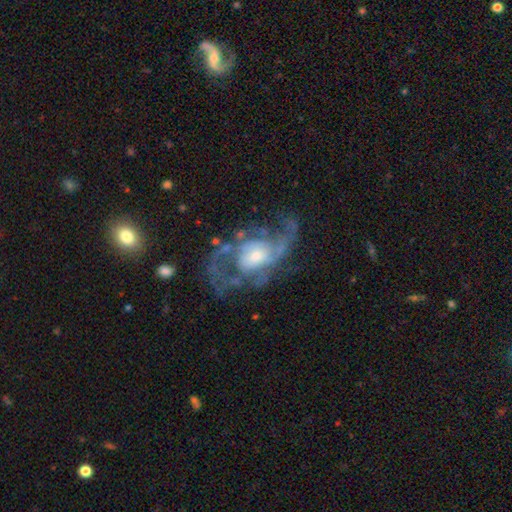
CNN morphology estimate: A featured or disk galaxy (83%) with no bar (65%), 2 (55%) medium (43%) spiral arms (86%) and a moderate central bulge (45%). Merging: none (45%).